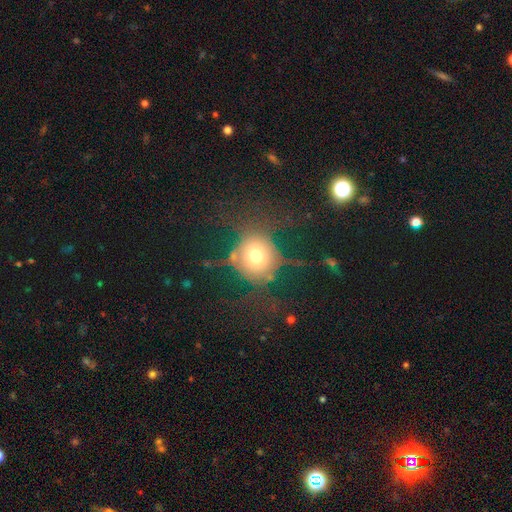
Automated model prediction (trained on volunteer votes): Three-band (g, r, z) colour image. It shows a smooth galaxy with no disk features (66%) that is round (86%). Merging: none (53%).